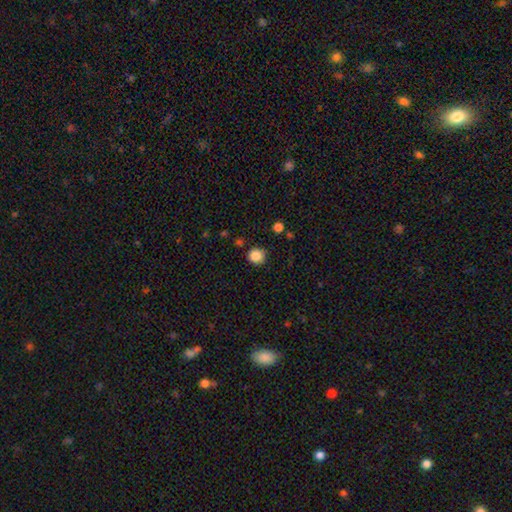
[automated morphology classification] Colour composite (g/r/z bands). It shows a smooth galaxy with no disk features (86%) that is round (88%). Merging: none (87%).